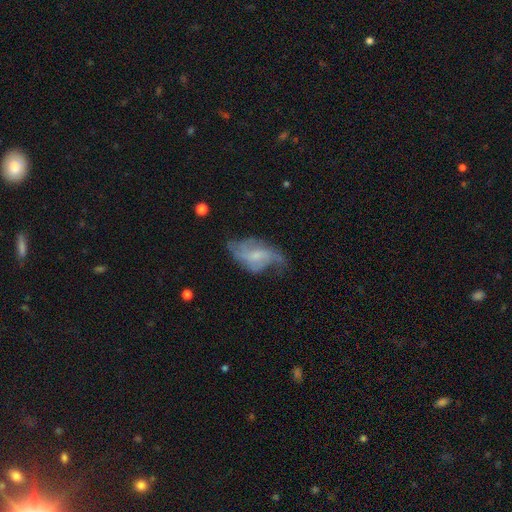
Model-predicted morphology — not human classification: A featured or disk galaxy (70%) with no bar (46%), 2 (40%) loose (51%) spiral arms (83%) and a small central bulge (52%). Merging: none (44%).